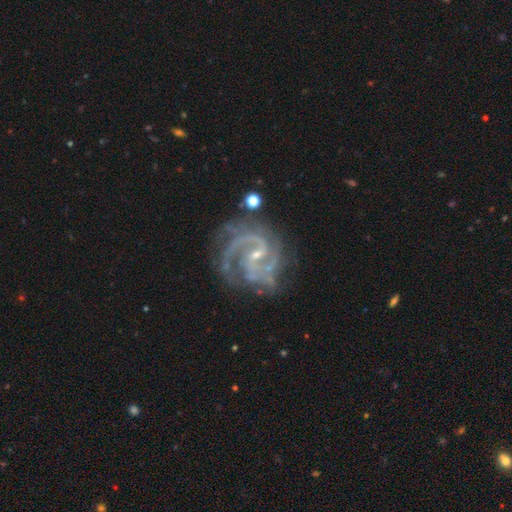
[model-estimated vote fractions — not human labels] This appears to be a featured or disk galaxy (92%) with a weak bar (48%), 2 (57%) medium (53%) spiral arms (98%) and a small central bulge (78%). Merging: none (67%).